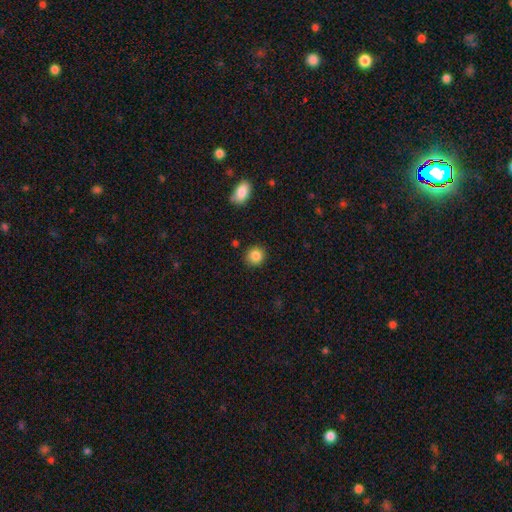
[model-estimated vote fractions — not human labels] This appears to be a smooth galaxy with no disk features (86%) that is round (86%). Merging: none (89%).